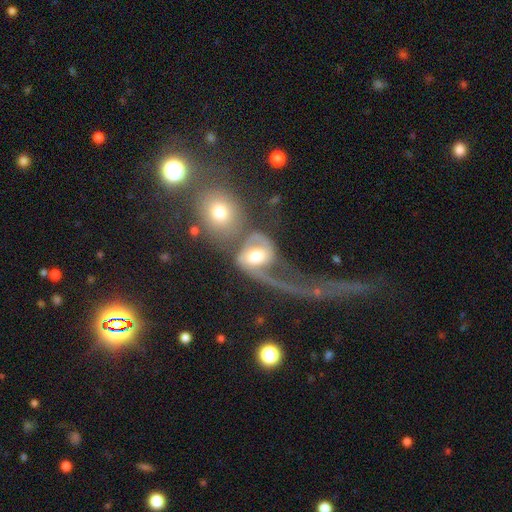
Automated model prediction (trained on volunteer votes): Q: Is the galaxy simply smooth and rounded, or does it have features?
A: featured or disk — 65%.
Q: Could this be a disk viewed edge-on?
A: no — 95%.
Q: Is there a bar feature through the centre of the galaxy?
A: no — 59%.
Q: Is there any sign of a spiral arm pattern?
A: yes — 78%.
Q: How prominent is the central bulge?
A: moderate — 58%.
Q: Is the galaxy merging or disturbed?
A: merger — 52%.